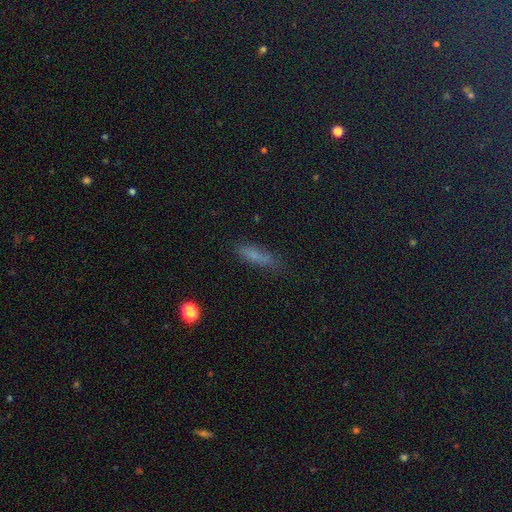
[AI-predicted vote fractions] Smooth or featured? Predicted: smooth (p=0.68). How rounded? Predicted: cigar-shaped (p=0.67). Merging? Predicted: none (p=0.77).